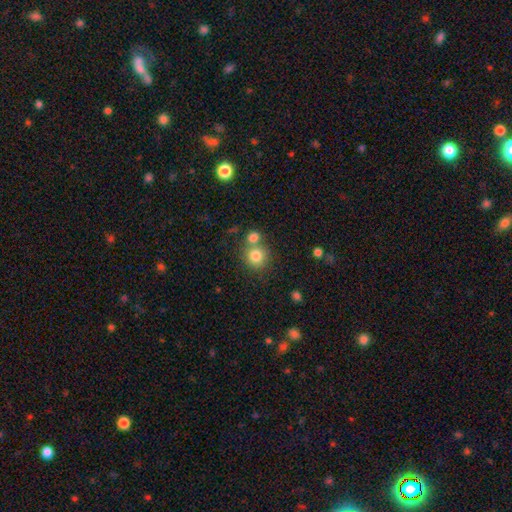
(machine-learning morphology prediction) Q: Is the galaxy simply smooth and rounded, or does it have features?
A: smooth — 81%.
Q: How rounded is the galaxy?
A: round — 90%.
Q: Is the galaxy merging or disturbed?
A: none — 59%.